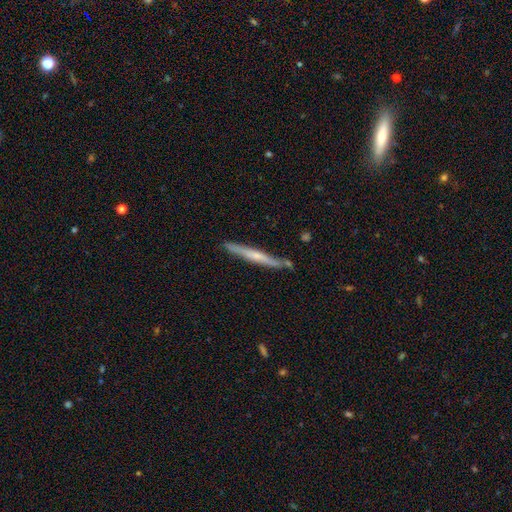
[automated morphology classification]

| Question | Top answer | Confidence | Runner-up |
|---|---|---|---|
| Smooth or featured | featured or disk | 57% | smooth (37%) |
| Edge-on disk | yes | 96% | no (4%) |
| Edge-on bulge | rounded | 51% | none (42%) |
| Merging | none | 81% | minor disturbance (12%) |